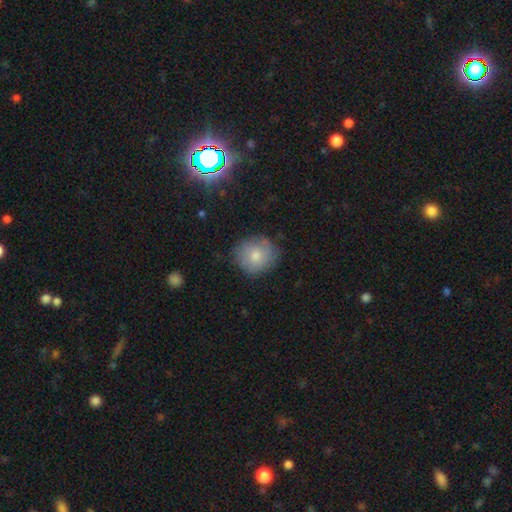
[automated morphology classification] Smooth or featured?
  - smooth: 73% *
  - featured or disk: 20%
  - star or artifact: 8%
How rounded?
  - round: 85% *
  - in between: 14%
  - cigar-shaped: 1%
Merging?
  - none: 75% *
  - minor disturbance: 19%
  - major disturbance: 5%
  - merger: 1%